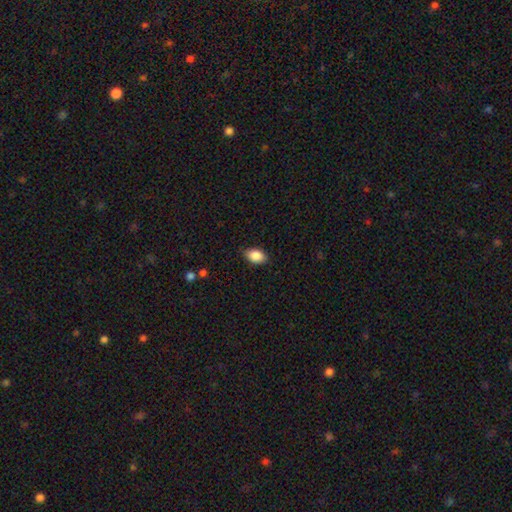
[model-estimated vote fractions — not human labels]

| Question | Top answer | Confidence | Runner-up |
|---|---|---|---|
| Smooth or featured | smooth | 88% | star or artifact (7%) |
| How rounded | in between | 88% | round (10%) |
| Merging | none | 85% | minor disturbance (12%) |